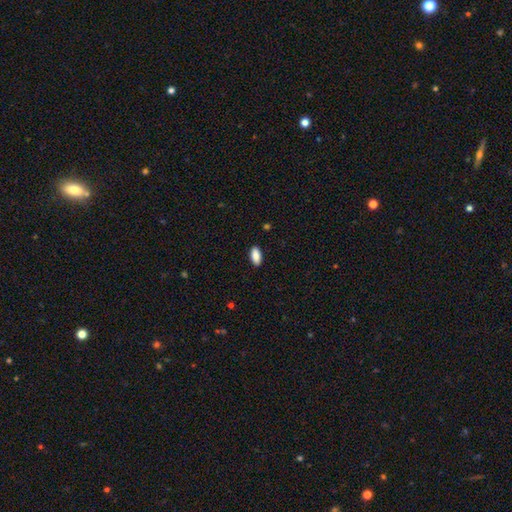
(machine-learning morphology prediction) The model was most divided on "how rounded": in between: 89%, cigar-shaped: 9%, round: 2%. More confident: smooth or featured — smooth (90%); merging — none (89%).